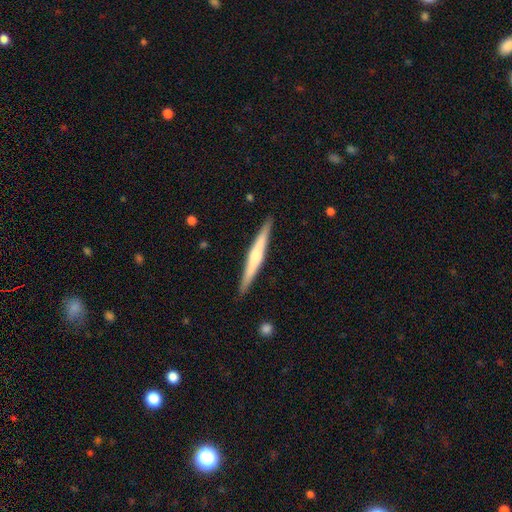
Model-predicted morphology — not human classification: This appears to be a featured or disk galaxy (58%) viewed edge-on (98%) with a rounded central bulge (58%). Merging: none (91%).